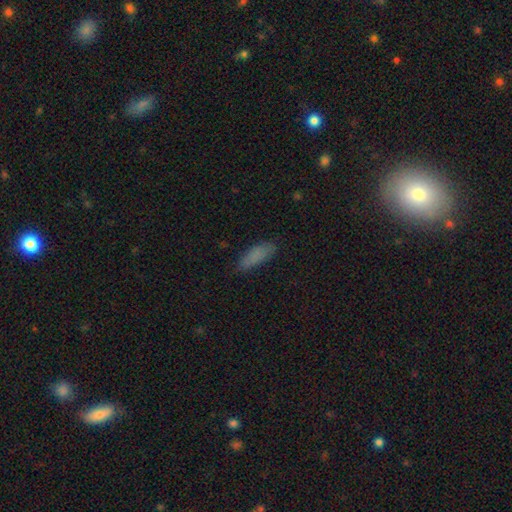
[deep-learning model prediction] Q: Smooth or featured?
A: smooth (84%); runner-up: star or artifact (8%)
Q: How rounded?
A: in between (58%); runner-up: cigar-shaped (40%)
Q: Merging?
A: none (78%); runner-up: minor disturbance (17%)